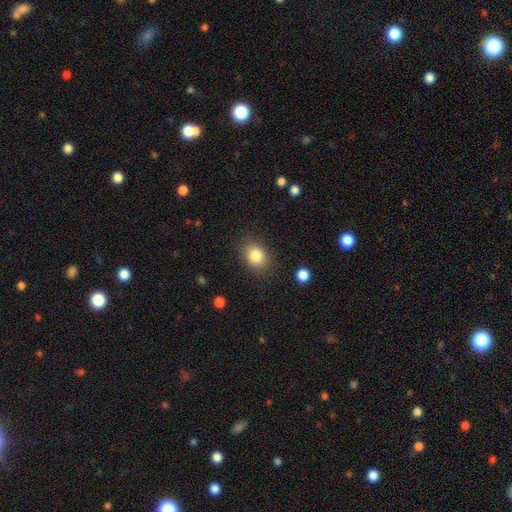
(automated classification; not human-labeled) This appears to be a smooth galaxy with no disk features (84%) that is in between round and cigar-shaped (50%). Merging: none (84%).